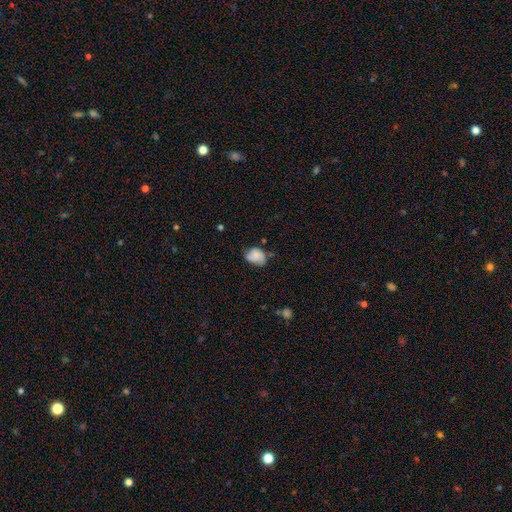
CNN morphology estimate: Smooth or featured? smooth (64%)
How rounded? in between (66%)
Merging? none (46%)